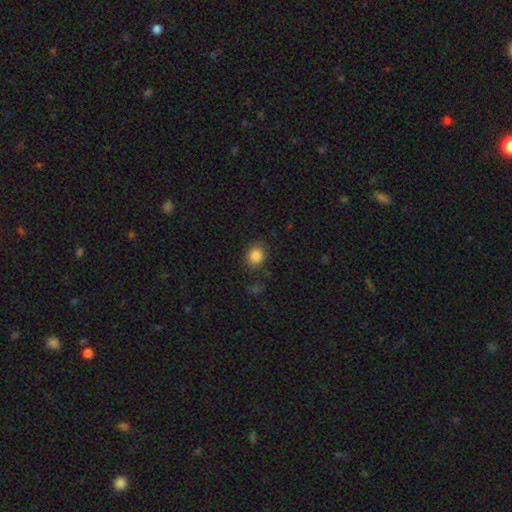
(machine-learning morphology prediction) Smooth or featured: smooth — 86% (star or artifact — 10%)
How rounded: round — 73% (in between — 26%)
Merging: none — 83% (minor disturbance — 11%)